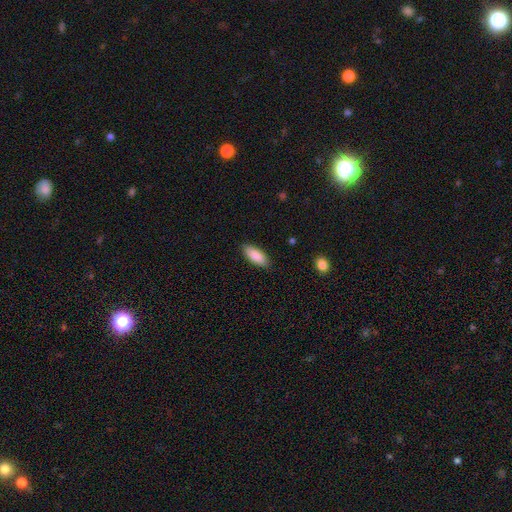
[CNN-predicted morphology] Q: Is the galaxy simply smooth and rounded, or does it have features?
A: smooth — 88%.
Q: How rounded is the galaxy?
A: in between — 79%.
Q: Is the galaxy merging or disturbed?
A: none — 87%.